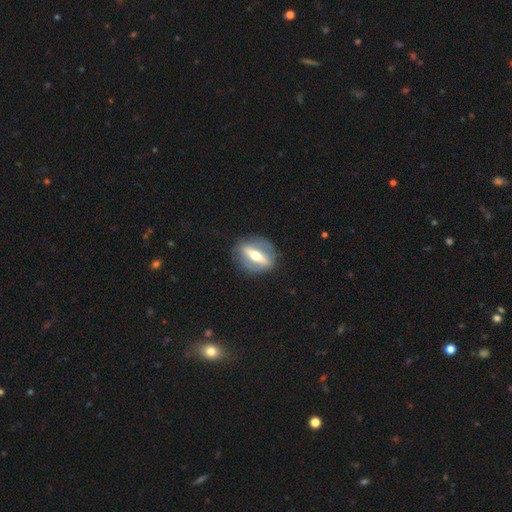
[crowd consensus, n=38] Smooth or featured? 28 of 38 (74%) said featured or disk. Edge-on disk? 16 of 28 (57%) said no. Bar? 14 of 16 (88%) said strong. Spiral arms? 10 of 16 (62%) said no. Bulge size? 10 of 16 (62%) said moderate. Merging? 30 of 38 (79%) said none.